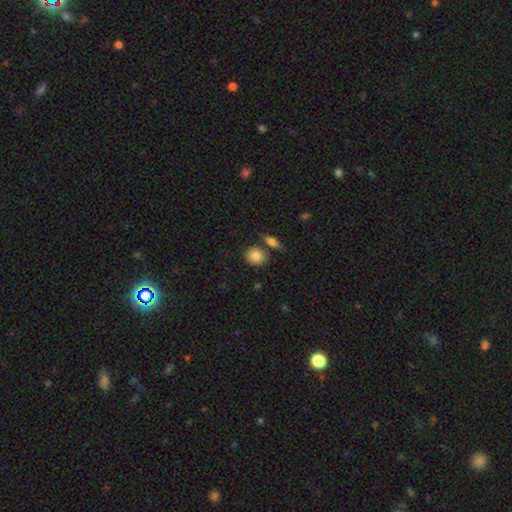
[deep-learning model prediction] Smooth or featured?
  - smooth: 83% *
  - featured or disk: 9%
  - star or artifact: 8%
How rounded?
  - round: 71% *
  - in between: 27%
  - cigar-shaped: 2%
Merging?
  - none: 71% *
  - merger: 13%
  - minor disturbance: 12%
  - major disturbance: 3%